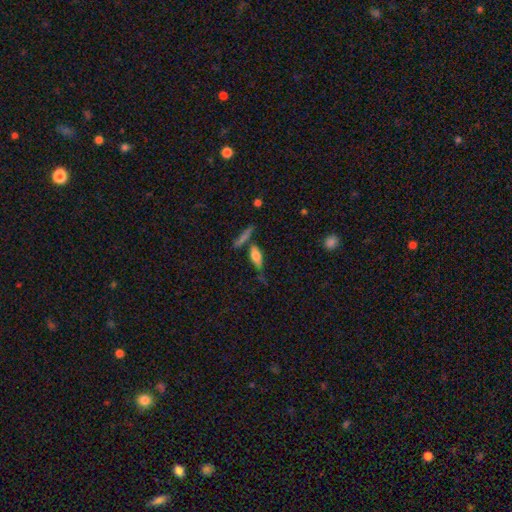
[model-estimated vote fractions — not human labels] This is possibly a smooth galaxy (53%). How rounded: possibly in between (49%). Merging: likely none (61%).